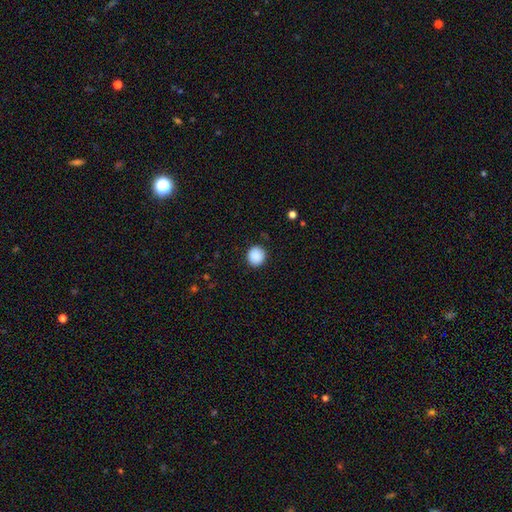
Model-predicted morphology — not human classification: The model was most divided on "how rounded": round: 90%, in between: 9%, cigar-shaped: 1%. More confident: merging — none (90%); smooth or featured — smooth (89%).